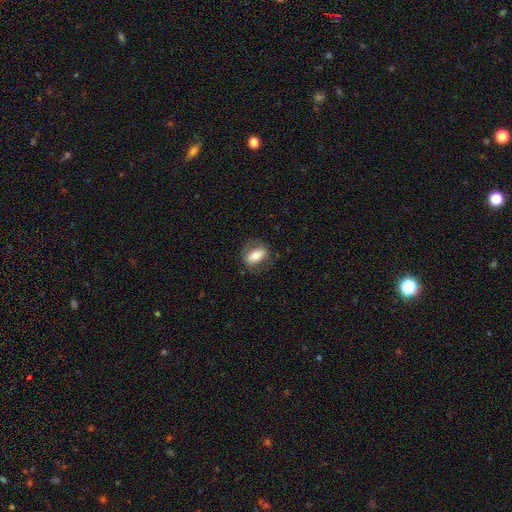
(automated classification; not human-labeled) smooth 67%, featured or disk 25%, star or artifact 7%. Down the decision tree: how rounded — in between (79%); merging — none (76%).